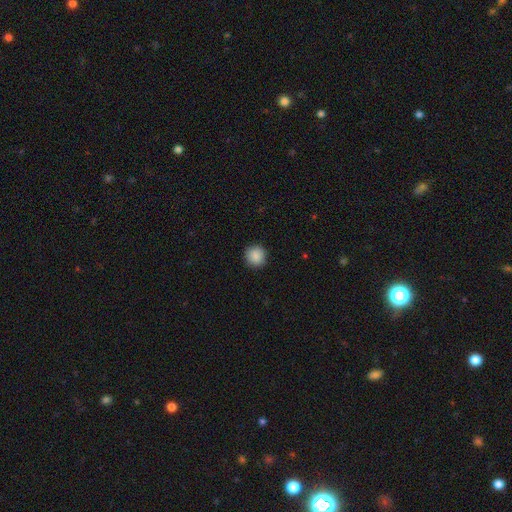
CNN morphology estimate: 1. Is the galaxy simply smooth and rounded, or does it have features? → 88% smooth, 8% star or artifact, 4% featured or disk.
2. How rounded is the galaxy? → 93% round, 6% in between, 1% cigar-shaped.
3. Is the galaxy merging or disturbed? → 91% none, 6% minor disturbance, 2% major disturbance, 1% merger.